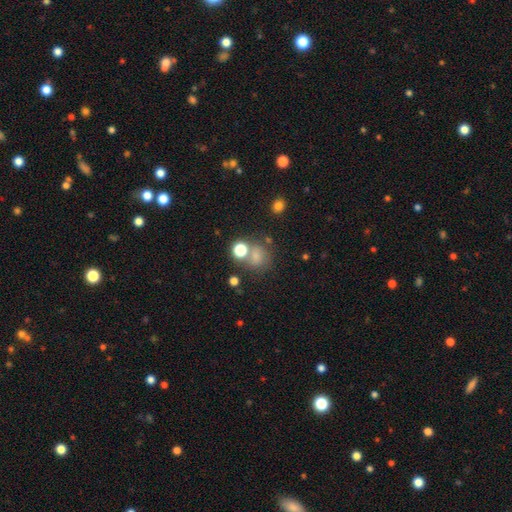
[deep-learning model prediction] This appears to be a smooth galaxy with no disk features (68%) that is round (77%). Merging: none (58%).